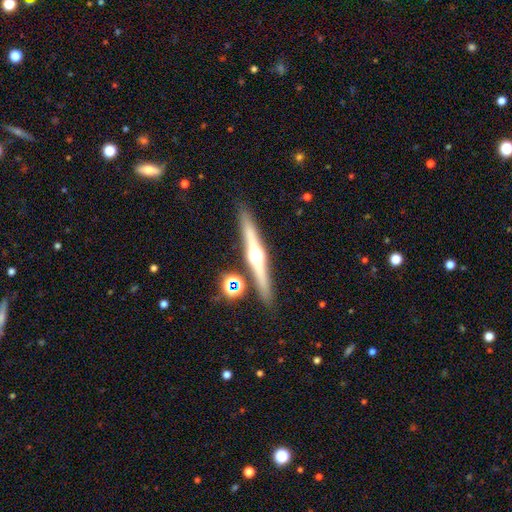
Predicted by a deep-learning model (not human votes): smooth-or-featured: featured or disk: 72% | smooth: 20% | star or artifact: 7%
  disk-edge-on: yes: 97% | no: 3%
    edge-on-bulge: rounded: 94% | boxy: 3% | none: 3%
  merging: none: 88% | minor disturbance: 7% | merger: 4% | major disturbance: 2%